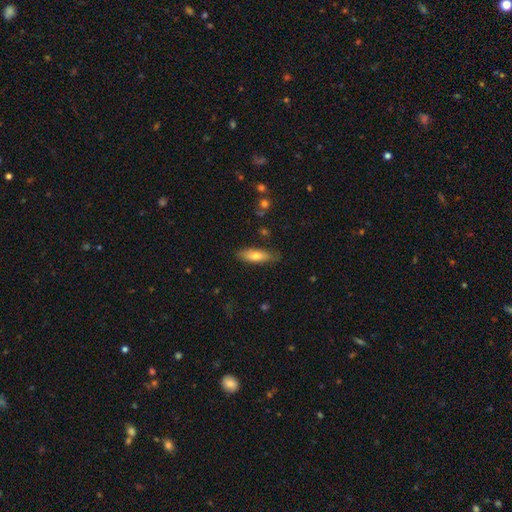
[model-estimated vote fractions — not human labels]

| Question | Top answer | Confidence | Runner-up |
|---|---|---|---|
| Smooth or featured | smooth | 68% | featured or disk (25%) |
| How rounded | in between | 54% | cigar-shaped (44%) |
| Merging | none | 80% | minor disturbance (15%) |